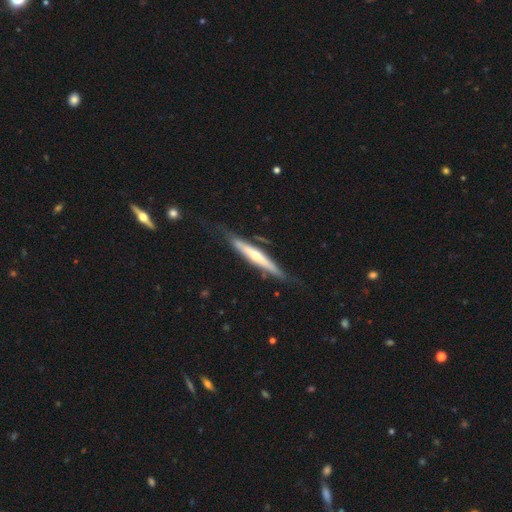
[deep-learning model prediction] Morphology: type=featured or disk (64%); edge-on=yes (88%); edge-on bulge=rounded (70%); merging=none (71%).